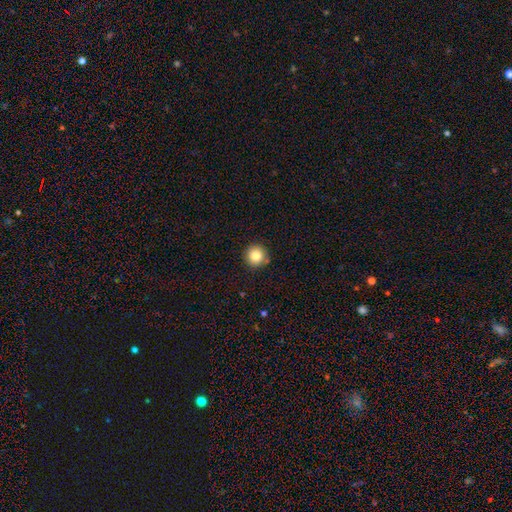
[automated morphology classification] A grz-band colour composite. It shows a smooth galaxy with no disk features (84%) that is round (95%). Merging: none (87%).